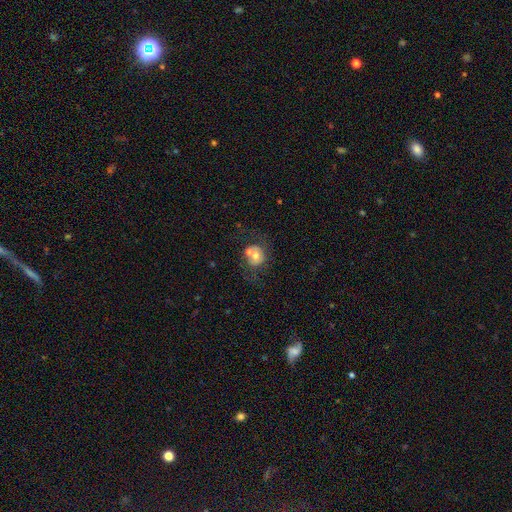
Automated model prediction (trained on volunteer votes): This is possibly a smooth galaxy (51%). How rounded: likely round (75%). Merging: marginally none (42%).